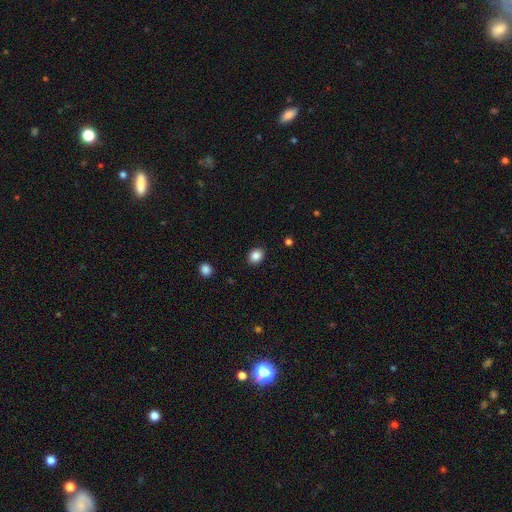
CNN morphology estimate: smooth_or_featured: smooth (p=0.87) [alt: star or artifact p=0.10]
how_rounded: round (p=0.50) [alt: in between p=0.49]
merging: none (p=0.89) [alt: minor disturbance p=0.07]